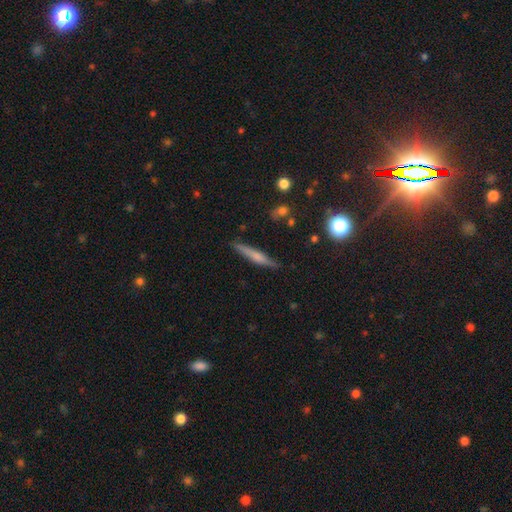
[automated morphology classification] smooth_or_featured: smooth (p=0.52) [alt: featured or disk p=0.40]
how_rounded: cigar-shaped (p=0.92) [alt: in between p=0.06]
merging: none (p=0.86) [alt: minor disturbance p=0.10]